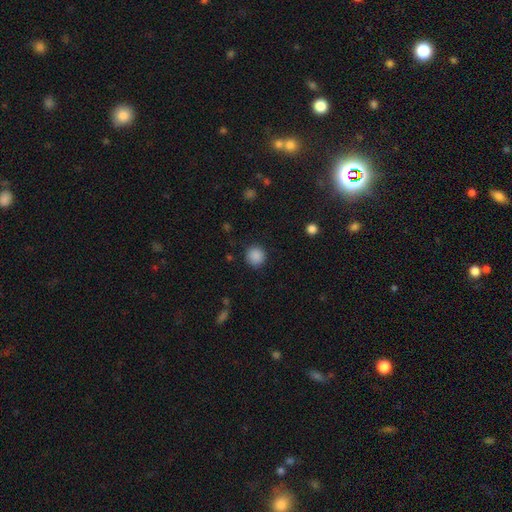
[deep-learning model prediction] Smooth or featured? Predicted: smooth (p=0.88). How rounded? Predicted: round (p=0.92). Merging? Predicted: none (p=0.89).